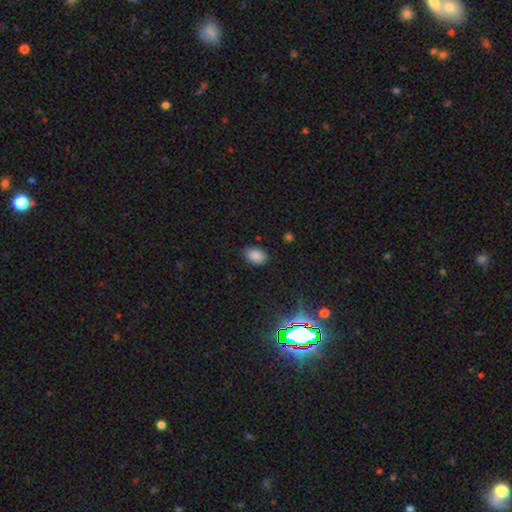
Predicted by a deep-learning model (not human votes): A smooth galaxy with no disk features (85%) that is in between round and cigar-shaped (85%).

Vote fractions:
- Smooth or featured? smooth: 85% / star or artifact: 10% / featured or disk: 4%
- How rounded? in between: 85% / round: 14% / cigar-shaped: 1%
- Merging? none: 84% / minor disturbance: 12% / major disturbance: 3% / merger: 1%